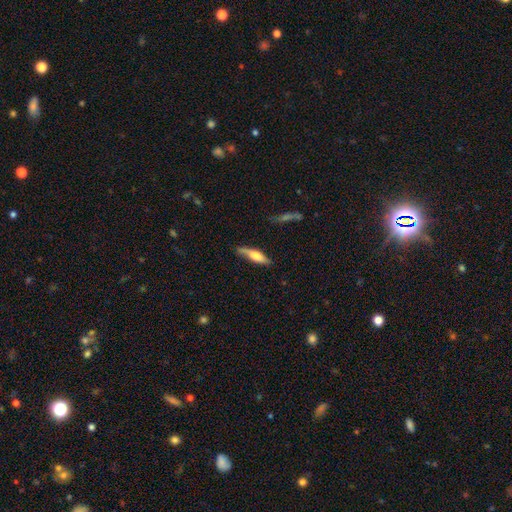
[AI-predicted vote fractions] Smooth or featured?
  - smooth: 63% *
  - featured or disk: 30%
  - star or artifact: 6%
How rounded?
  - cigar-shaped: 67% *
  - in between: 32%
  - round: 2%
Merging?
  - none: 67% *
  - minor disturbance: 25%
  - major disturbance: 6%
  - merger: 3%